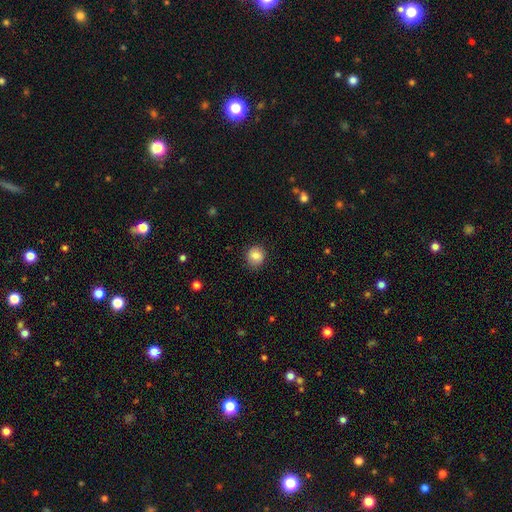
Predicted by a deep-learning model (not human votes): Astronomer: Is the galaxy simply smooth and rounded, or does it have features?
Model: smooth — 84%.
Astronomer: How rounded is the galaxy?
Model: round — 85%.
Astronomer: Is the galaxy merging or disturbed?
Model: none — 85%.